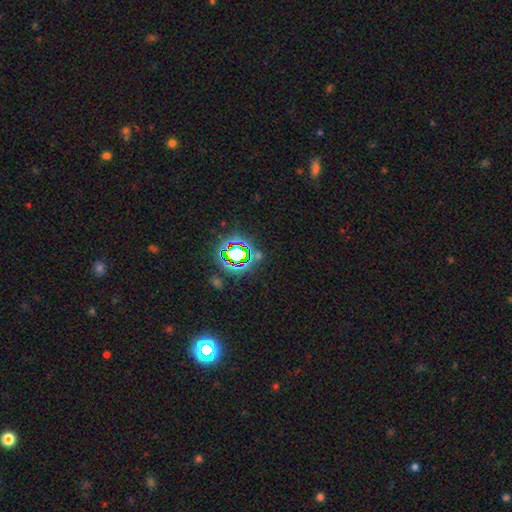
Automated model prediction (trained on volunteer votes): smooth_or_featured: star or artifact (p=0.75) [alt: smooth p=0.16]